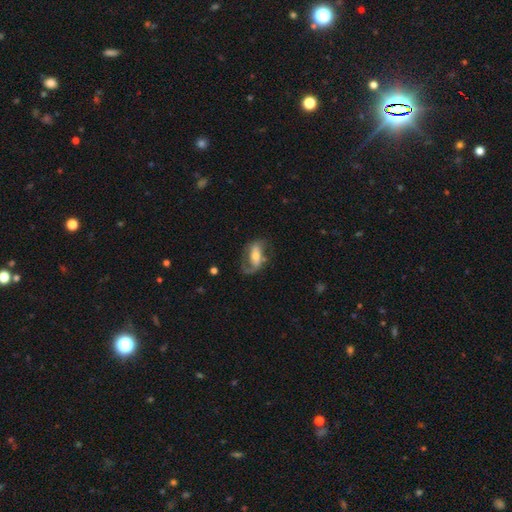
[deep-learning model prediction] Q: Smooth or featured?
A: featured or disk (68%); runner-up: smooth (25%)
Q: Edge-on disk?
A: no (93%); runner-up: yes (7%)
Q: Bar?
A: strong (38%); runner-up: weak (32%)
Q: Spiral arms?
A: yes (83%); runner-up: no (17%)
Q: Spiral winding?
A: loose (44%); runner-up: medium (39%)
Q: Spiral arm count?
A: 2 (61%); runner-up: 1 (29%)
Q: Bulge size?
A: moderate (54%); runner-up: small (32%)
Q: Merging?
A: none (52%); runner-up: major disturbance (24%)